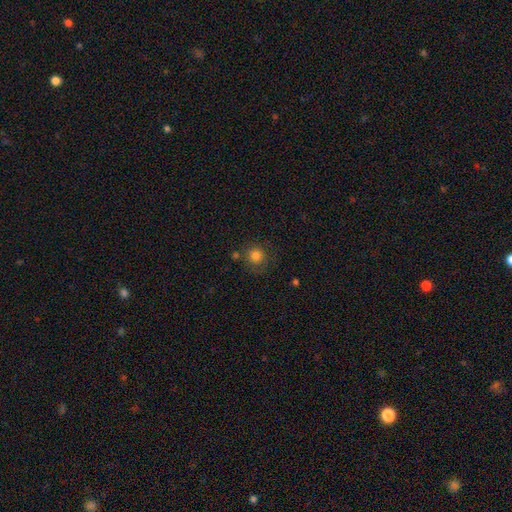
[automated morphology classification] Smooth or featured? smooth (81%)
How rounded? round (92%)
Merging? none (74%)